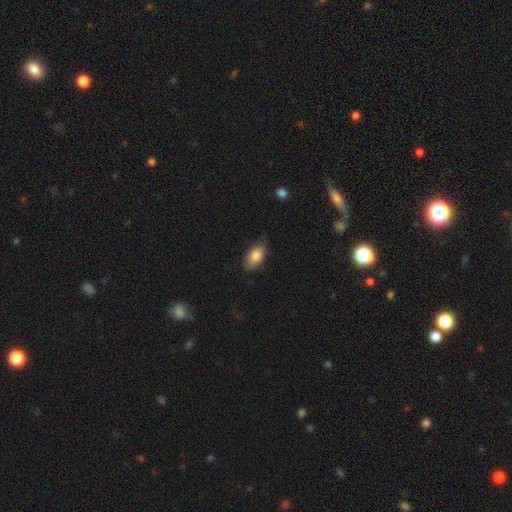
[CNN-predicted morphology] smooth_or_featured: smooth (p=0.84) [alt: featured or disk p=0.09]
how_rounded: in between (p=0.92) [alt: round p=0.05]
merging: none (p=0.80) [alt: minor disturbance p=0.16]